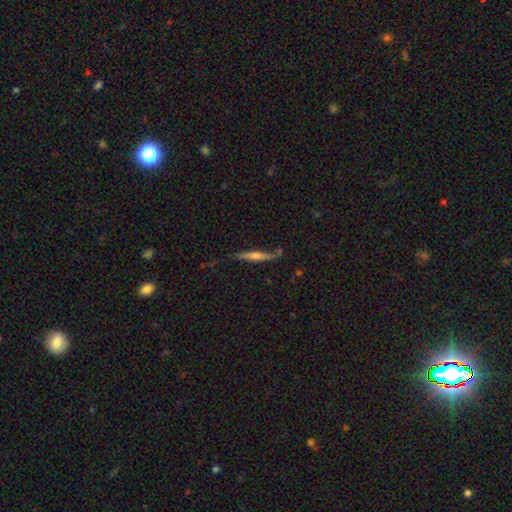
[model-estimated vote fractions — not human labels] Smooth or featured? featured or disk (63%)
Edge-on disk? yes (95%)
Edge-on bulge? rounded (81%)
Merging? none (75%)